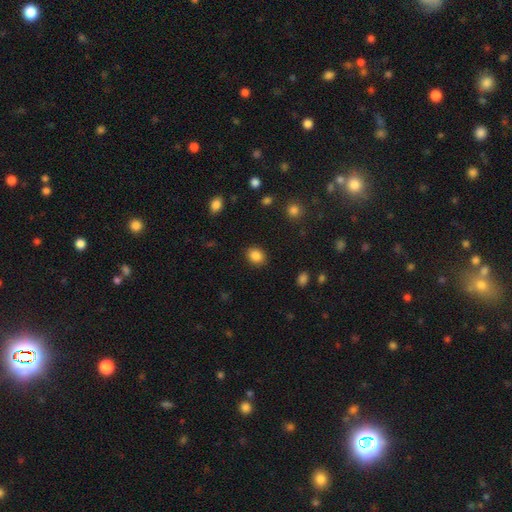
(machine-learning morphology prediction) A smooth galaxy with no disk features (86%) that is in between round and cigar-shaped (51%).

Vote fractions:
- Smooth or featured? smooth: 86% / star or artifact: 9% / featured or disk: 4%
- How rounded? in between: 51% / round: 48% / cigar-shaped: 1%
- Merging? none: 88% / minor disturbance: 8% / major disturbance: 3% / merger: 1%